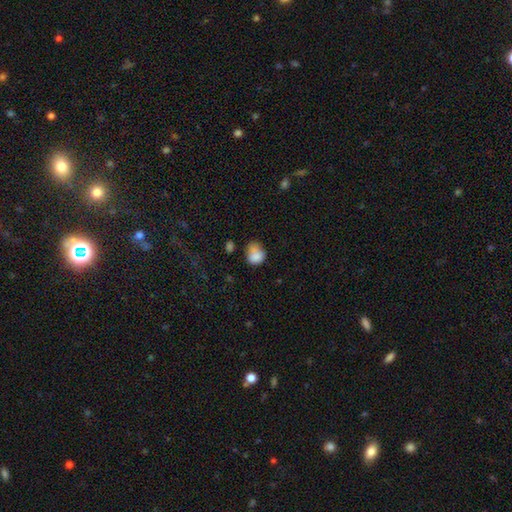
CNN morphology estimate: A smooth galaxy with no disk features (82%) that is round (53%).

Vote fractions:
- Smooth or featured? smooth: 82% / star or artifact: 10% / featured or disk: 9%
- How rounded? round: 53% / in between: 46% / cigar-shaped: 1%
- Merging? none: 39% / minor disturbance: 37% / major disturbance: 16% / merger: 8%